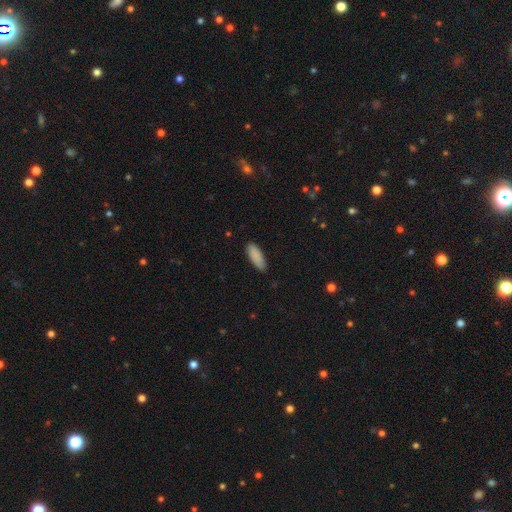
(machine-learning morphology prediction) A smooth galaxy with no disk features (89%) that is in between round and cigar-shaped (71%).

Vote fractions:
- Smooth or featured? smooth: 89% / star or artifact: 6% / featured or disk: 5%
- How rounded? in between: 71% / cigar-shaped: 28% / round: 1%
- Merging? none: 83% / minor disturbance: 14% / major disturbance: 2% / merger: 1%